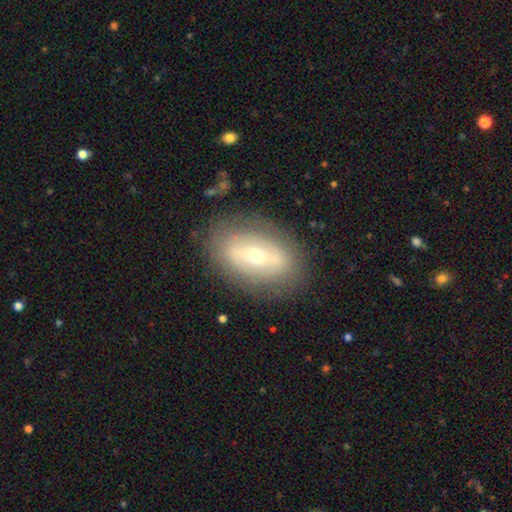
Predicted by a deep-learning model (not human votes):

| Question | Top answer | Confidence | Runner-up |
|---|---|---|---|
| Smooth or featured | featured or disk | 54% | smooth (38%) |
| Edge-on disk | no | 88% | yes (12%) |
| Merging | none | 80% | minor disturbance (13%) |